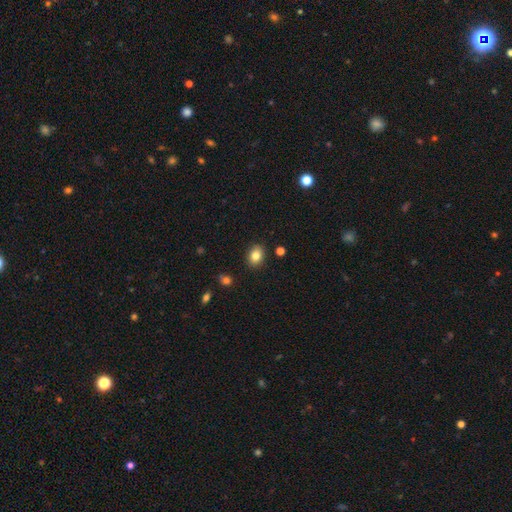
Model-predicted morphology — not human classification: Smooth or featured?
  - smooth: 84% *
  - star or artifact: 9%
  - featured or disk: 7%
How rounded?
  - in between: 61% *
  - round: 38%
  - cigar-shaped: 1%
Merging?
  - none: 89% *
  - minor disturbance: 8%
  - major disturbance: 2%
  - merger: 2%